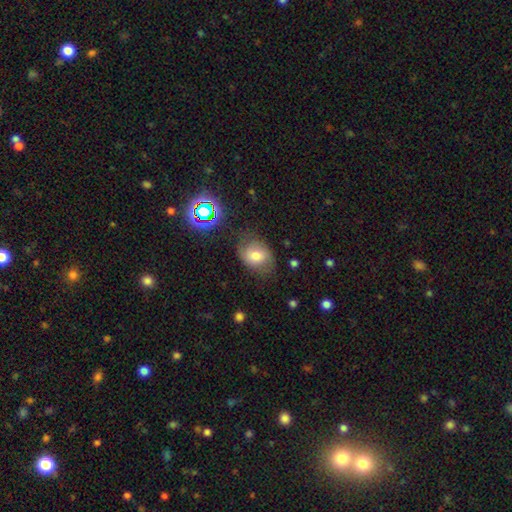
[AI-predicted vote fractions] Morphology: type=smooth (63%); roundness=in between (55%); merging=none (62%).